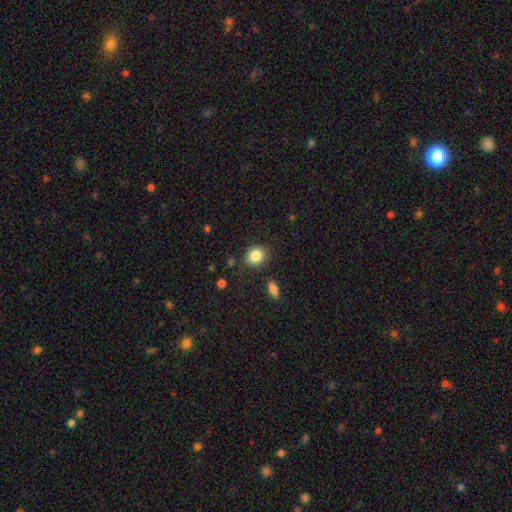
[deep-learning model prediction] Smooth or featured: smooth — 85% (star or artifact — 9%)
How rounded: round — 70% (in between — 29%)
Merging: none — 82% (minor disturbance — 11%)